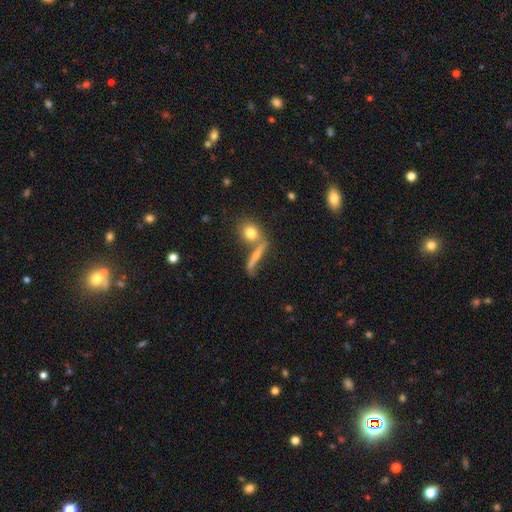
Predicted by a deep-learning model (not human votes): Smooth or featured: smooth — 52% (featured or disk — 37%)
How rounded: cigar-shaped — 62% (in between — 24%)
Merging: none — 50% (merger — 29%)